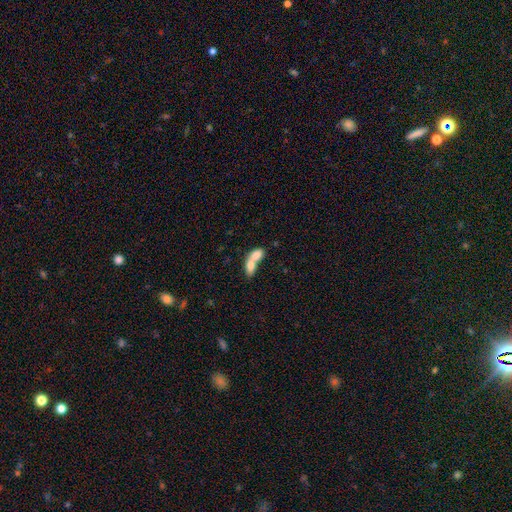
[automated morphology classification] smooth_or_featured: smooth (p=0.73) [alt: featured or disk p=0.20]
how_rounded: in between (p=0.80) [alt: round p=0.12]
merging: merger (p=0.79) [alt: none p=0.13]